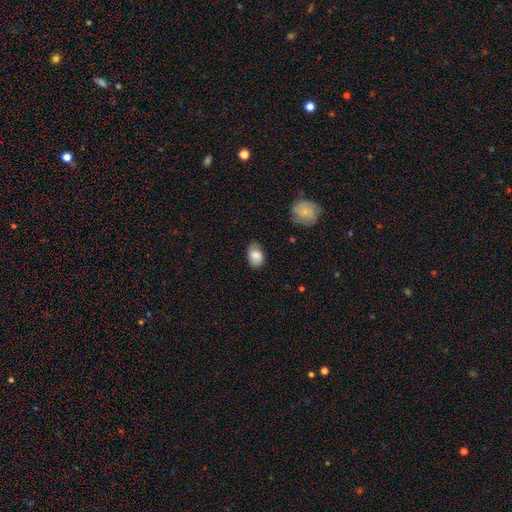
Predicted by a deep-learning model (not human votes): Morphology: type=smooth (78%); roundness=in between (82%); merging=none (73%).